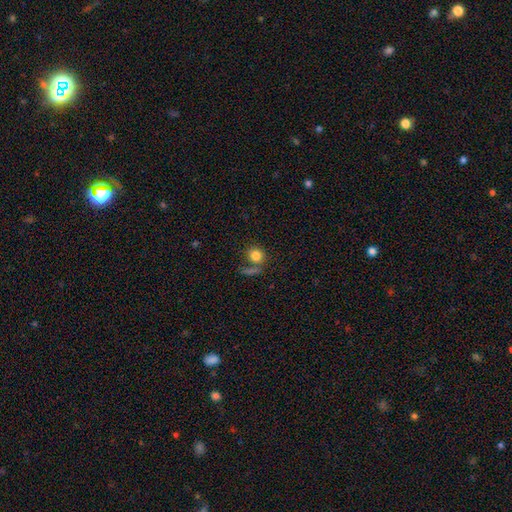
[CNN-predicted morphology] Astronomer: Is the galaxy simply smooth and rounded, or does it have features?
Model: smooth — 82%.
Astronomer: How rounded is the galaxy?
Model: round — 83%.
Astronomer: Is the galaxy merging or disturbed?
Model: none — 60%.